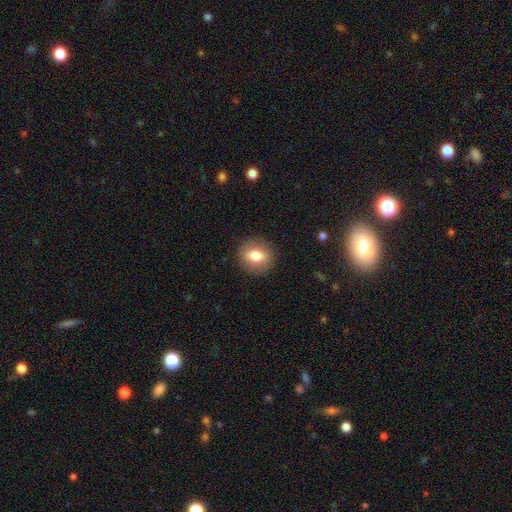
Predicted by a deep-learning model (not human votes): Smooth or featured: smooth — 74% (featured or disk — 18%)
How rounded: round — 61% (in between — 37%)
Merging: none — 88% (minor disturbance — 8%)